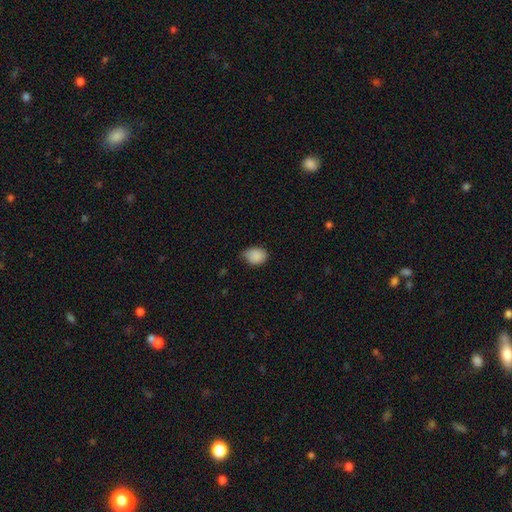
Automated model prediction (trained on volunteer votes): Q: Smooth or featured?
A: smooth (88%); runner-up: star or artifact (8%)
Q: How rounded?
A: in between (60%); runner-up: round (39%)
Q: Merging?
A: none (57%); runner-up: minor disturbance (36%)